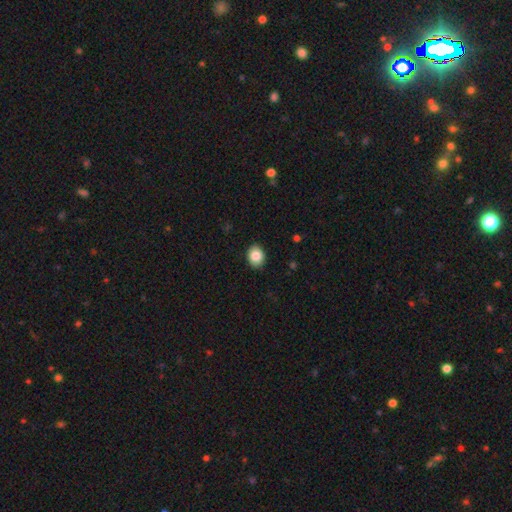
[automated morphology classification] The model was most divided on "how rounded": in between: 51%, round: 48%, cigar-shaped: 1%. More confident: merging — none (90%); smooth or featured — smooth (86%).